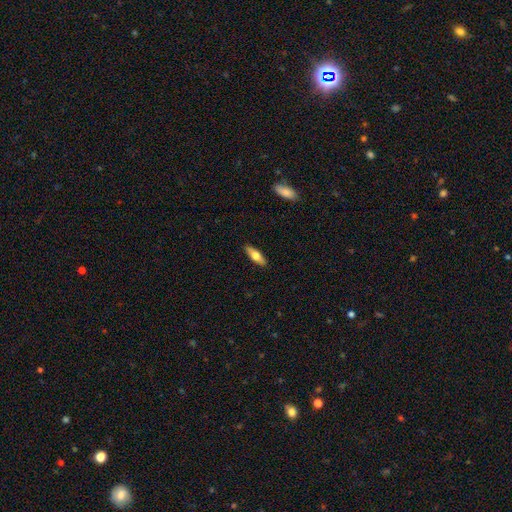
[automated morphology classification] A smooth galaxy with no disk features (61%) that is in between round and cigar-shaped (54%). Merging: none (90%).